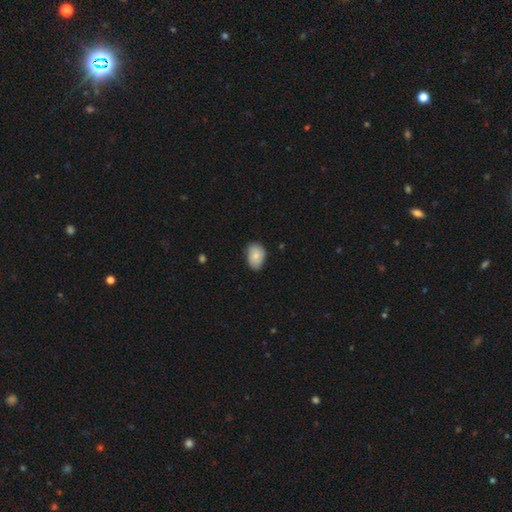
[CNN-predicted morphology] This appears to be a smooth galaxy with no disk features (76%) that is in between round and cigar-shaped (80%). Merging: none (68%).